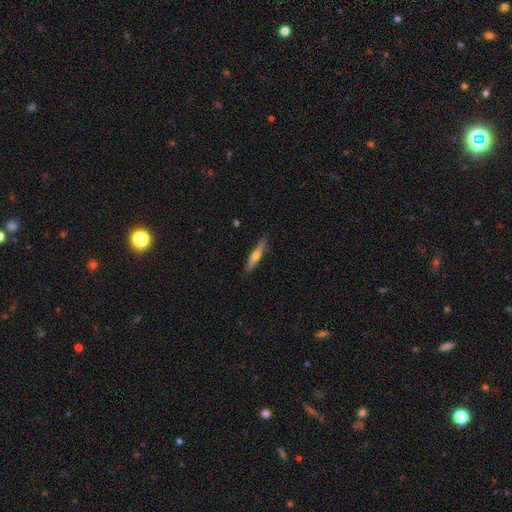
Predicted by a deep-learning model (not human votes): featured or disk 48%, smooth 46%, star or artifact 6%. Down the decision tree: merging — none (86%).